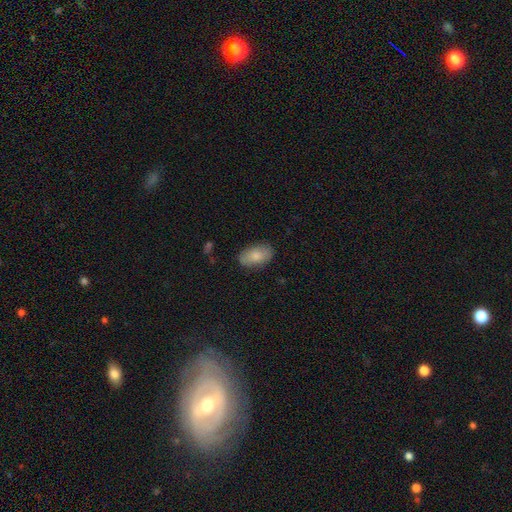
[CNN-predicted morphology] The model was most divided on "smooth or featured": smooth: 81%, featured or disk: 13%, star or artifact: 6%. More confident: how rounded — in between (93%); merging — none (84%).